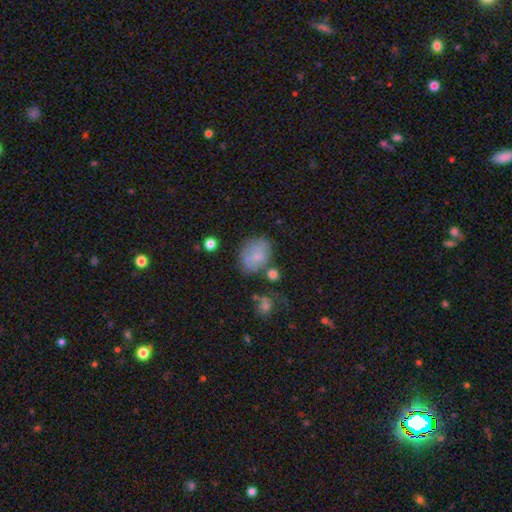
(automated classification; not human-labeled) Smooth or featured? Predicted: smooth (p=0.64). How rounded? Predicted: in between (p=0.54). Merging? Predicted: none (p=0.53).